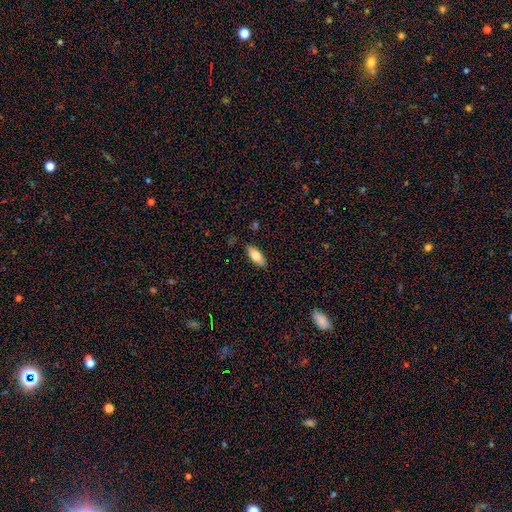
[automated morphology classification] smooth_or_featured: smooth (p=0.74) [alt: featured or disk p=0.19]
how_rounded: in between (p=0.73) [alt: cigar-shaped p=0.25]
merging: none (p=0.87) [alt: minor disturbance p=0.10]